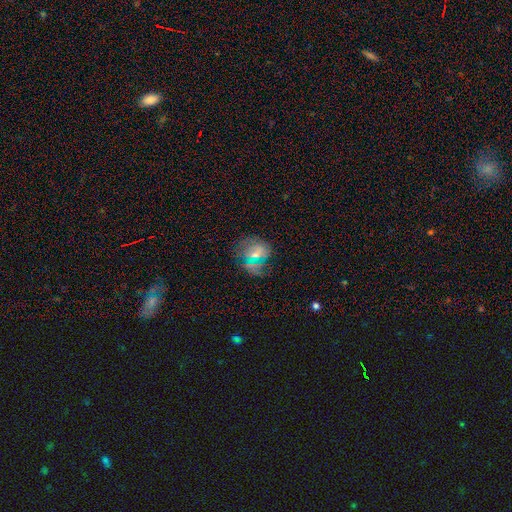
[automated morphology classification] The model was most divided on "smooth or featured": smooth: 52%, featured or disk: 25%, star or artifact: 23%. More confident: merging — none (72%); how rounded — round (67%).